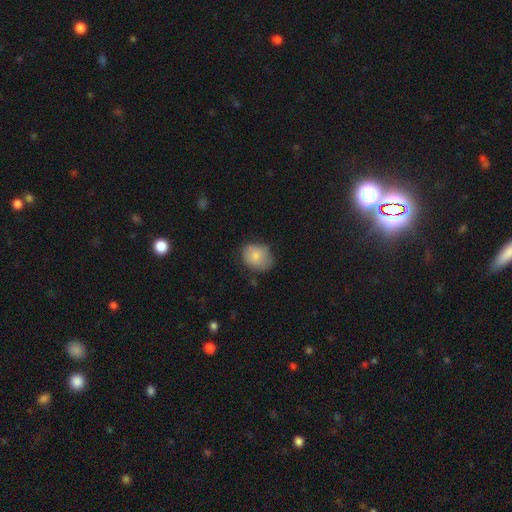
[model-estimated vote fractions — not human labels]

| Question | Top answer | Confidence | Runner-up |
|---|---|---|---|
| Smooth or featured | smooth | 81% | featured or disk (11%) |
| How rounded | round | 58% | in between (41%) |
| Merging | none | 65% | minor disturbance (27%) |